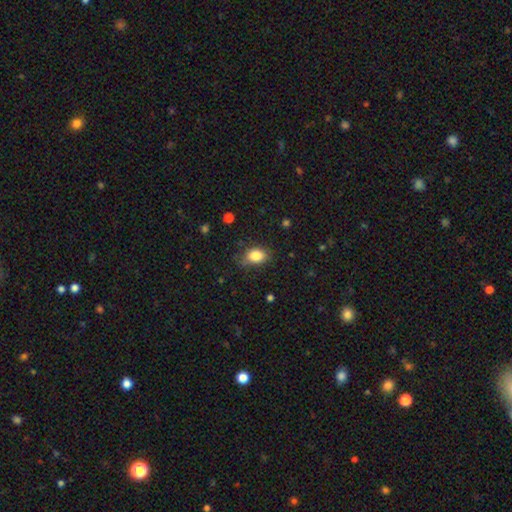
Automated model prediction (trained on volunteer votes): smooth 84%, star or artifact 9%, featured or disk 7%. Down the decision tree: how rounded — in between (79%); merging — none (73%).